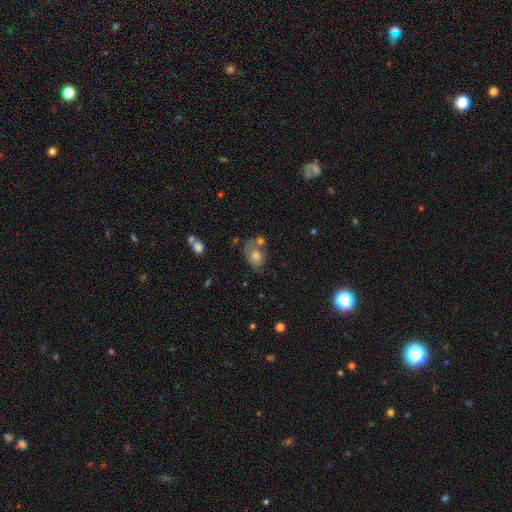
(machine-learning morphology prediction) Overall: smooth (52%; featured or disk 32%). How rounded: in between (65%; round 33%). Merging: none (44%; minor disturbance 23%).